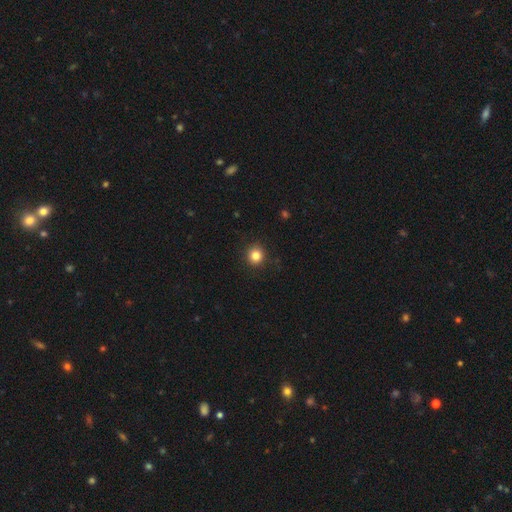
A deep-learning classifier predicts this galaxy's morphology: smooth_or_featured: smooth (p=0.83) [alt: star or artifact p=0.12]
how_rounded: round (p=0.92) [alt: in between p=0.07]
merging: none (p=0.91) [alt: minor disturbance p=0.06]